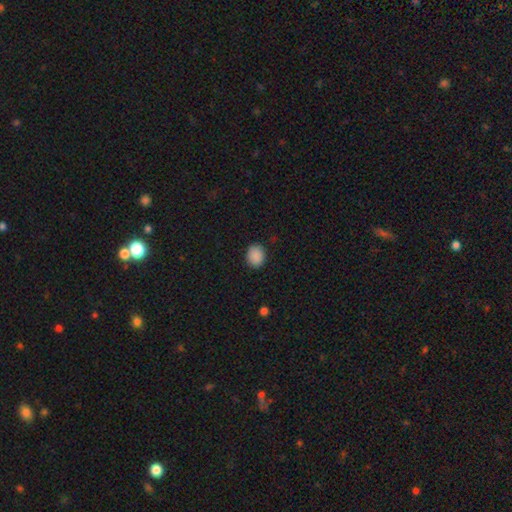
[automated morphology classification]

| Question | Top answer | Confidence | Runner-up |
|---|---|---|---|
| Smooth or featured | smooth | 89% | star or artifact (9%) |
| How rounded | round | 57% | in between (42%) |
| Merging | none | 88% | minor disturbance (9%) |